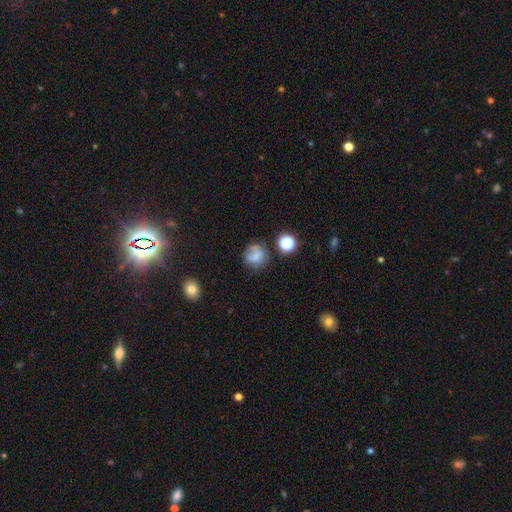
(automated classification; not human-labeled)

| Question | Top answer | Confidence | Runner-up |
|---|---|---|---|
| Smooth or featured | smooth | 67% | featured or disk (18%) |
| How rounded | round | 87% | in between (12%) |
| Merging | none | 68% | minor disturbance (18%) |